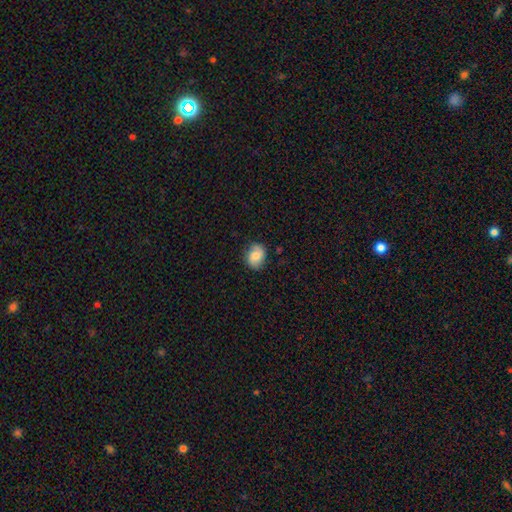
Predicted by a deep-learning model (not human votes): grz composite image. It shows a smooth galaxy with no disk features (63%) that is round (51%). Merging: none (80%).